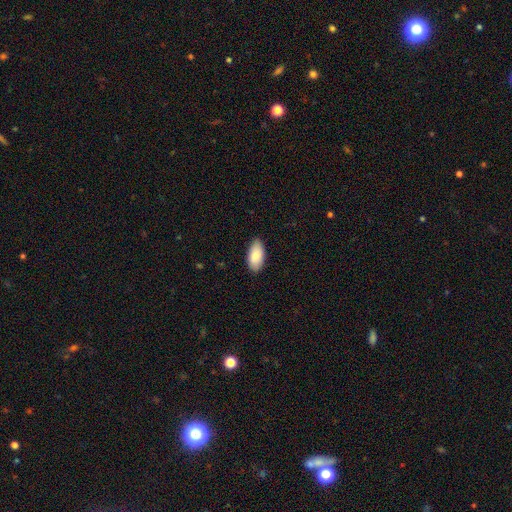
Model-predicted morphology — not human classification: type=smooth (85%); roundness=in between (94%); merging=none (86%).